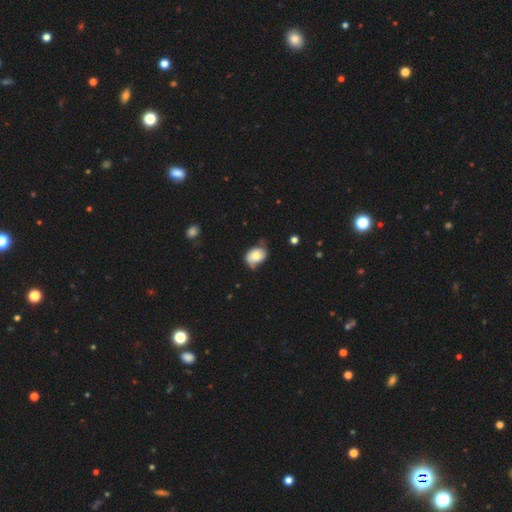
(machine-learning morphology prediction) Q: Smooth or featured?
A: smooth (59%); runner-up: featured or disk (33%)
Q: How rounded?
A: in between (69%); runner-up: round (30%)
Q: Merging?
A: none (43%); runner-up: minor disturbance (39%)